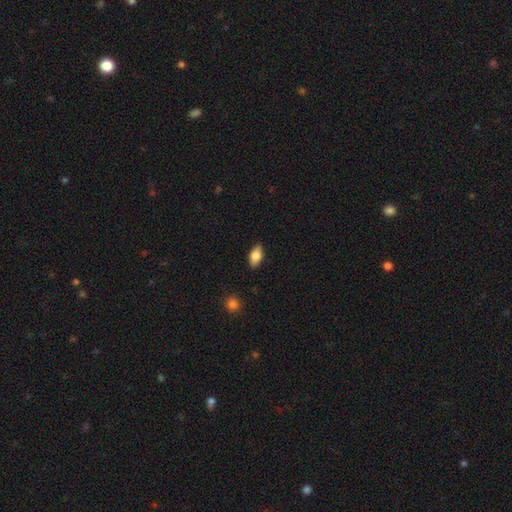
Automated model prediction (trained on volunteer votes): A smooth galaxy with no disk features (75%) that is in between round and cigar-shaped (89%).

Vote fractions:
- Smooth or featured? smooth: 75% / featured or disk: 18% / star or artifact: 7%
- How rounded? in between: 89% / cigar-shaped: 7% / round: 4%
- Merging? none: 87% / minor disturbance: 10% / major disturbance: 2% / merger: 1%